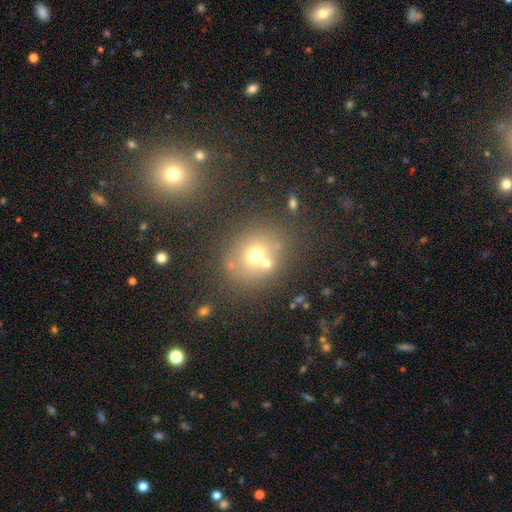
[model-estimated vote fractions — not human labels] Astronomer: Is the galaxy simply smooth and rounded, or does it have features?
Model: smooth — 63%.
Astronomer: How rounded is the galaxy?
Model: round — 71%.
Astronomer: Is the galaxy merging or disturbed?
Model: none — 61%.